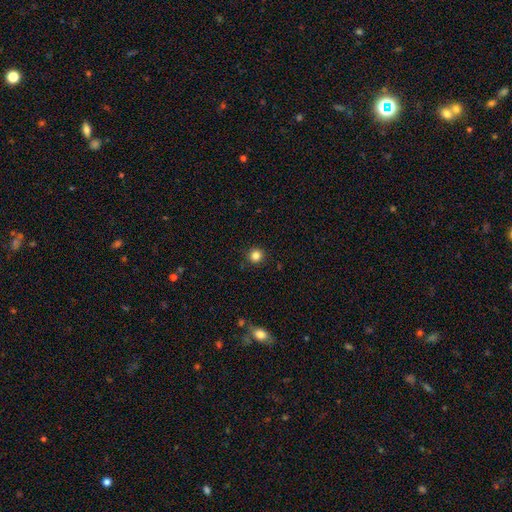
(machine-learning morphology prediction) Q: Smooth or featured?
A: smooth (84%); runner-up: star or artifact (12%)
Q: How rounded?
A: round (94%); runner-up: in between (5%)
Q: Merging?
A: none (91%); runner-up: minor disturbance (6%)